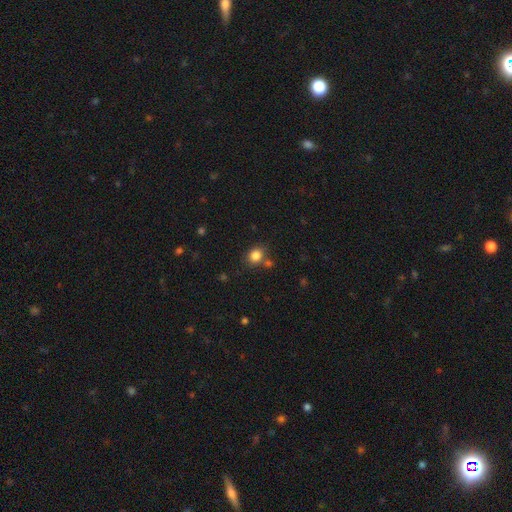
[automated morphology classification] The model was most divided on "how rounded": round: 67%, in between: 32%, cigar-shaped: 1%. More confident: smooth or featured — smooth (83%); merging — none (72%).